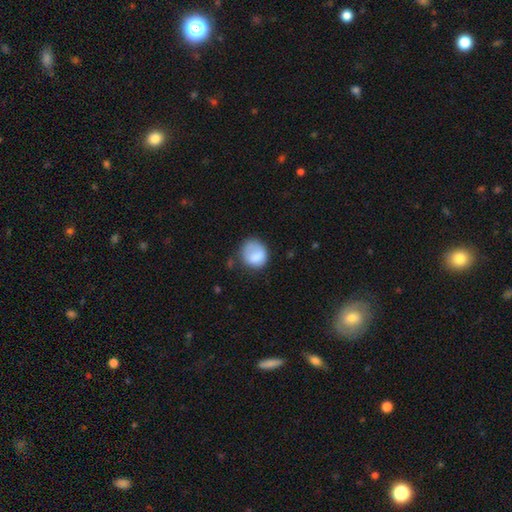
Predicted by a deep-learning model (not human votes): Overall: smooth (80%). How rounded: round (76%). Merging: none (53%; minor disturbance 28%).